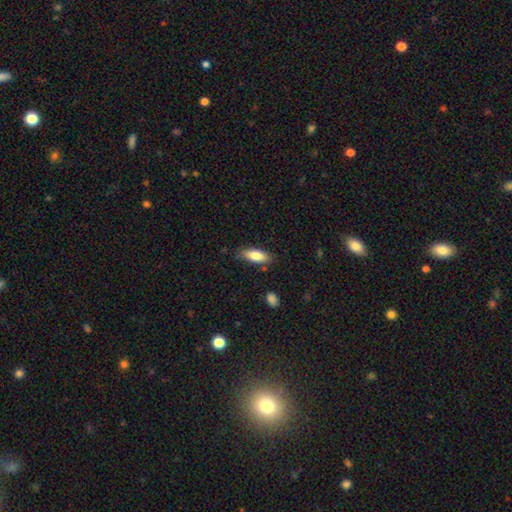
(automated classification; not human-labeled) A smooth galaxy with no disk features (79%) that is in between round and cigar-shaped (68%). Merging: none (81%).